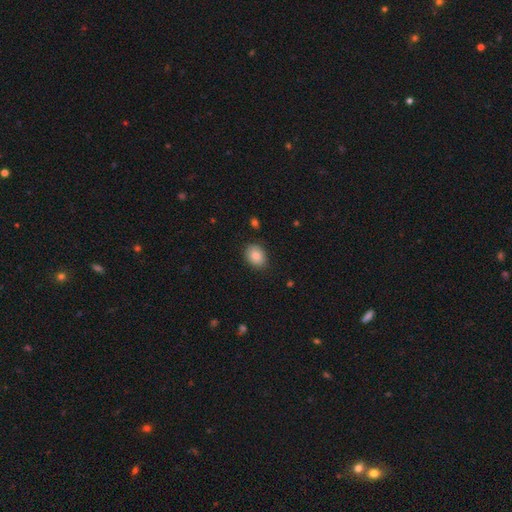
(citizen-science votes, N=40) Q: Smooth or featured?
A: smooth (78%); runner-up: featured or disk (12%)
Q: How rounded?
A: in between (71%); runner-up: round (29%)
Q: Merging?
A: none (92%); runner-up: minor disturbance (8%)